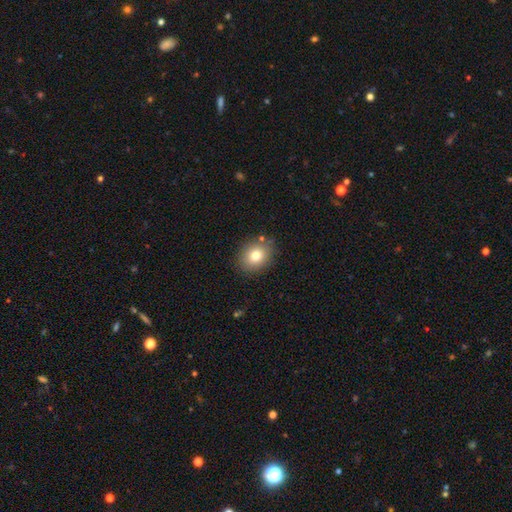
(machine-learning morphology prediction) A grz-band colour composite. It shows a smooth galaxy with no disk features (79%) that is round (52%). Merging: none (84%).